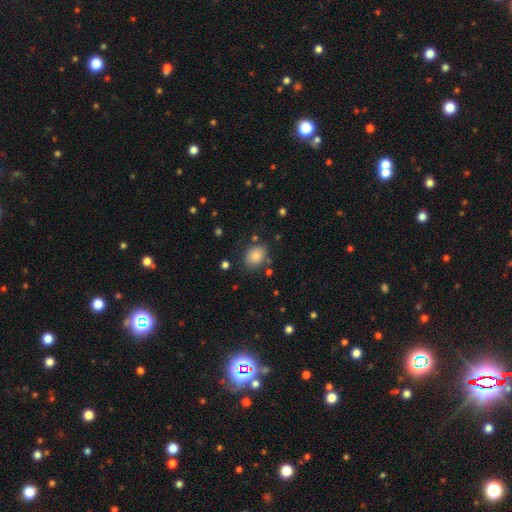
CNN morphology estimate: Smooth or featured? smooth (83%)
How rounded? in between (50%)
Merging? none (79%)